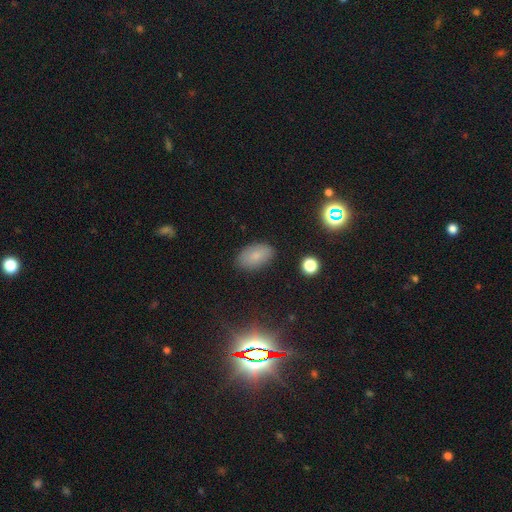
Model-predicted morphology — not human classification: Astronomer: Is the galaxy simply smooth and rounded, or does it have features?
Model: smooth — 79%.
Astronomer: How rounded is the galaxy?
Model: in between — 93%.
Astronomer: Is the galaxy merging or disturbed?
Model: none — 85%.